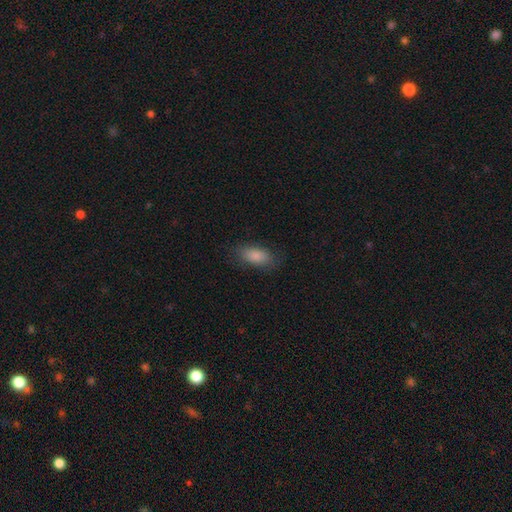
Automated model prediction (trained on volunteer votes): Morphology: type=smooth (86%); roundness=in between (88%); merging=none (81%).